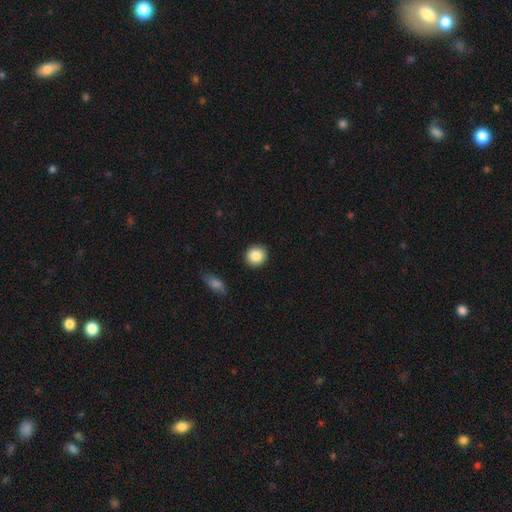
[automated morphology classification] This is clearly a smooth galaxy (87%). How rounded: clearly round (89%). Merging: clearly none (91%).